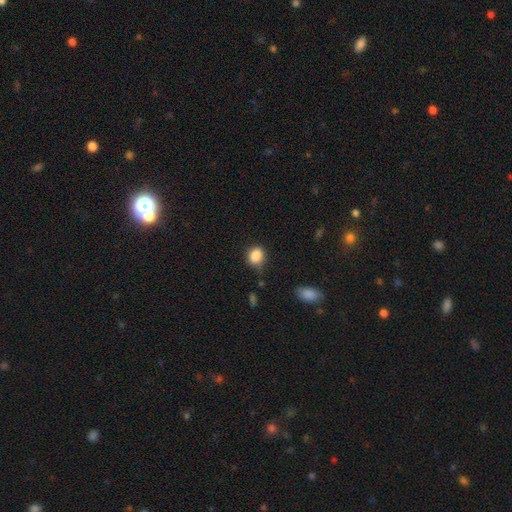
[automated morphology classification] Overall: smooth (87%). How rounded: round (54%; in between 45%). Merging: none (65%; minor disturbance 27%).